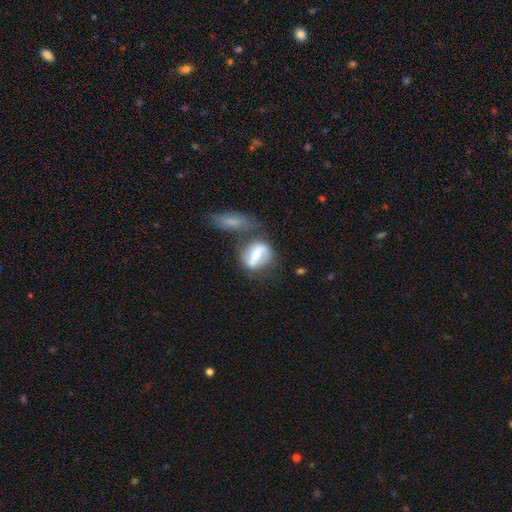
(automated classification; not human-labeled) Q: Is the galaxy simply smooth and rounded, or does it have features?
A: featured or disk — 54%.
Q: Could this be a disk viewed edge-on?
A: no — 90%.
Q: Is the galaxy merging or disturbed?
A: none — 48%.